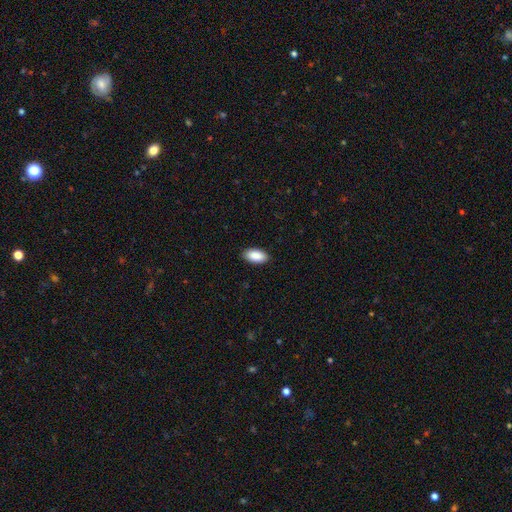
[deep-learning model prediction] smooth 90%, star or artifact 6%, featured or disk 4%. Down the decision tree: how rounded — in between (95%); merging — none (89%).